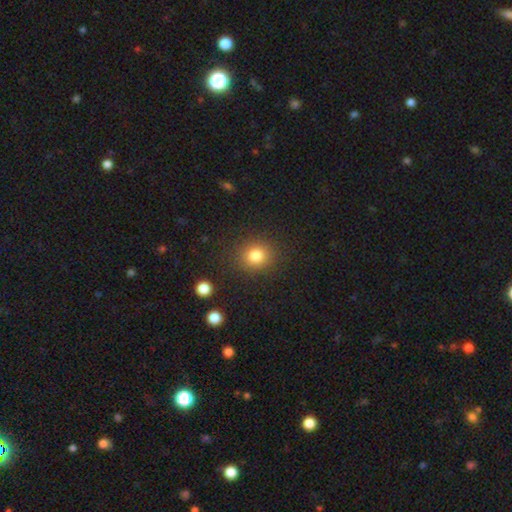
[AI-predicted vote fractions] The model was most divided on "how rounded": round: 79%, in between: 20%, cigar-shaped: 1%. More confident: merging — none (87%); smooth or featured — smooth (82%).